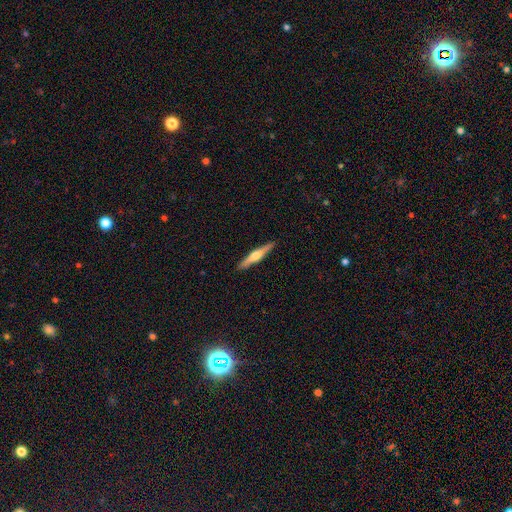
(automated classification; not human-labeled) Morphology: type=featured or disk (62%); edge-on=yes (97%); edge-on bulge=rounded (90%); merging=none (92%).